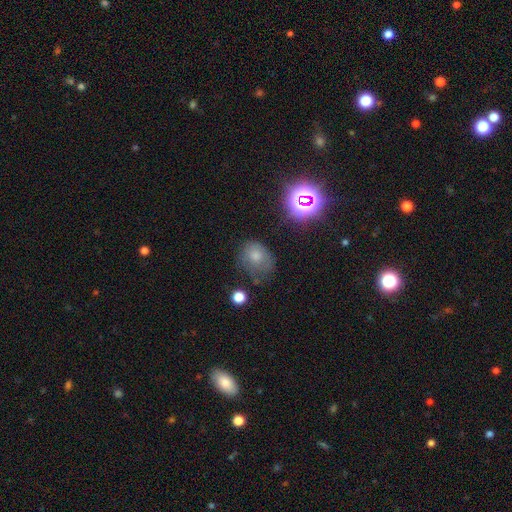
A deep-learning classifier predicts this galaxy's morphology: This is likely a smooth galaxy (66%). How rounded: possibly round (50%). Merging: marginally none (44%).